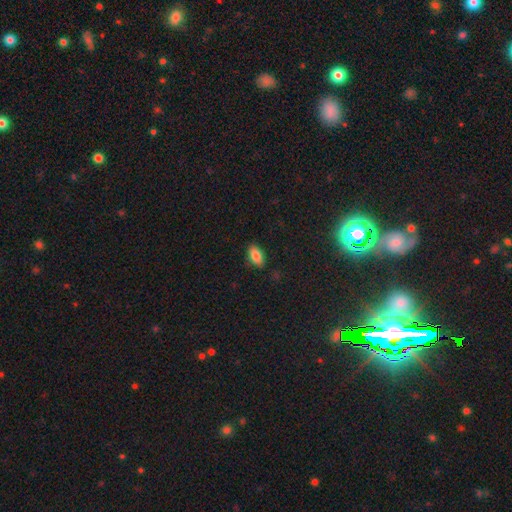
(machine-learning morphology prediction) smooth_or_featured: smooth (p=0.85) [alt: star or artifact p=0.08]
how_rounded: in between (p=0.91) [alt: cigar-shaped p=0.05]
merging: none (p=0.85) [alt: minor disturbance p=0.11]